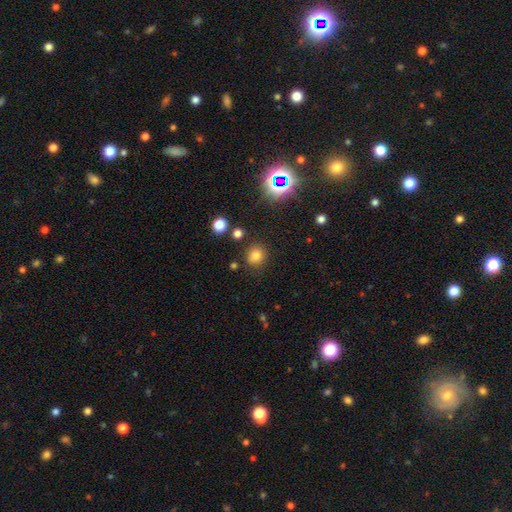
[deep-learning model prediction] Q: Smooth or featured?
A: smooth (77%); runner-up: star or artifact (17%)
Q: How rounded?
A: round (84%); runner-up: in between (15%)
Q: Merging?
A: none (82%); runner-up: minor disturbance (10%)